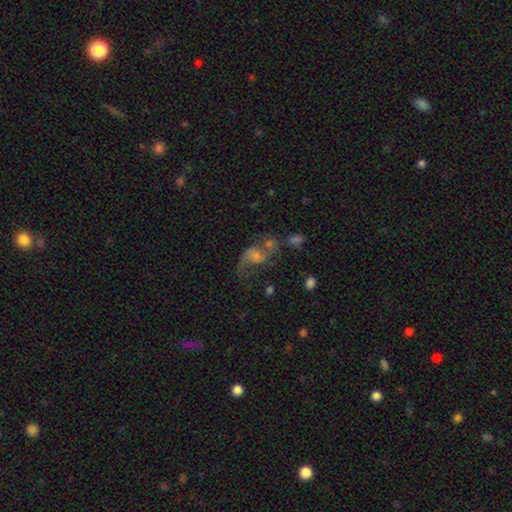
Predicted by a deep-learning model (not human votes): Smooth or featured: featured or disk — 63% (smooth — 23%)
Edge-on disk: no — 97% (yes — 3%)
Bar: no — 57% (weak — 35%)
Spiral arms: yes — 83% (no — 17%)
Spiral winding: loose — 70% (medium — 24%)
Spiral arm count: 2 — 68% (1 — 24%)
Bulge size: small — 38% (moderate — 34%)
Merging: none — 32% (merger — 28%)